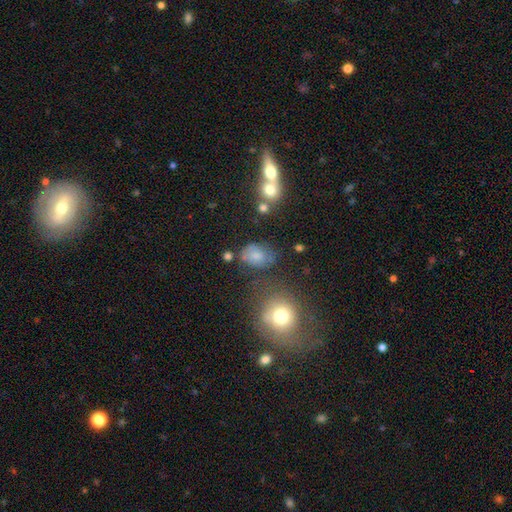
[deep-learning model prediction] Smooth or featured? Predicted: smooth (p=0.70). How rounded? Predicted: in between (p=0.69). Merging? Predicted: none (p=0.56).